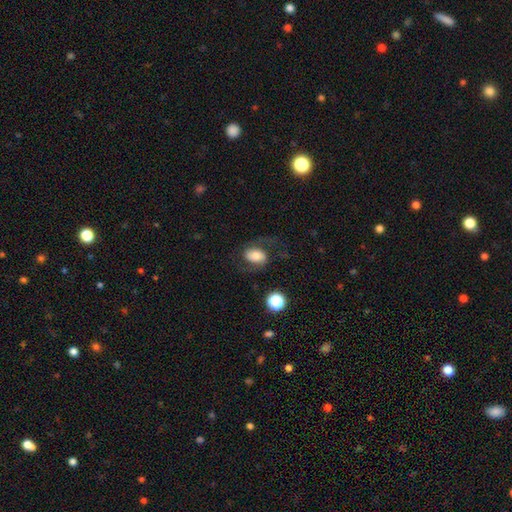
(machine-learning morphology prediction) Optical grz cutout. It shows a featured or disk galaxy (47%). Merging: none (63%).